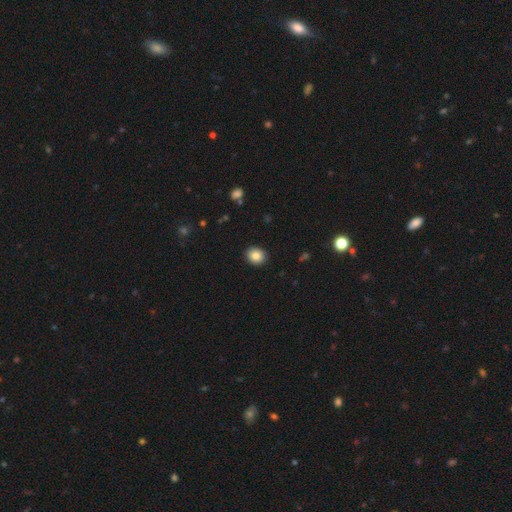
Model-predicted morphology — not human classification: Q: Smooth or featured?
A: smooth (84%); runner-up: star or artifact (9%)
Q: How rounded?
A: round (69%); runner-up: in between (30%)
Q: Merging?
A: none (91%); runner-up: minor disturbance (6%)